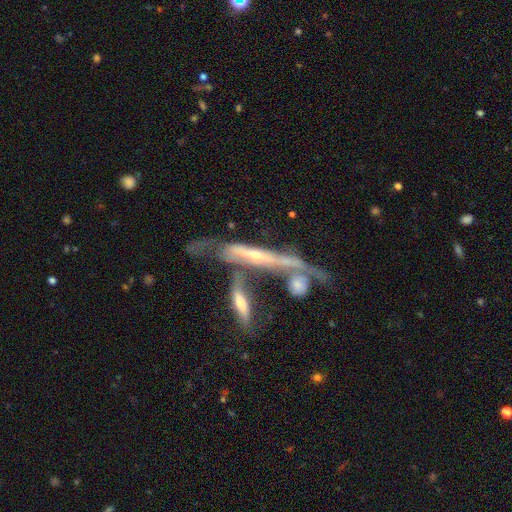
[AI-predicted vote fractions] Overall: featured or disk (79%). Edge-on disk: yes (77%). Edge-on bulge: rounded (66%; none 27%). Merging: none (38%; merger 33%).